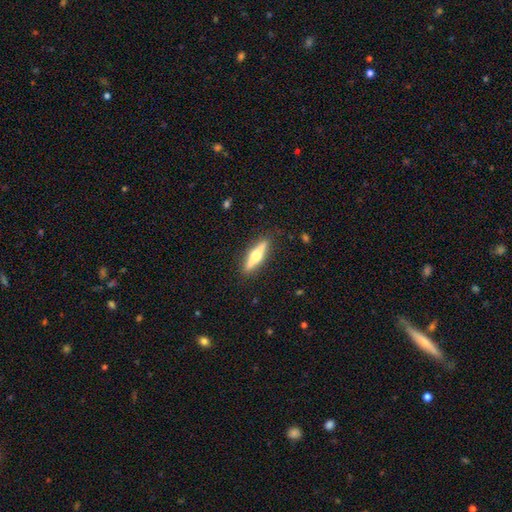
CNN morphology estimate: featured or disk 65%, smooth 30%, star or artifact 5%. Down the decision tree: edge-on disk — yes (96%); edge-on bulge — rounded (96%); merging — none (90%).